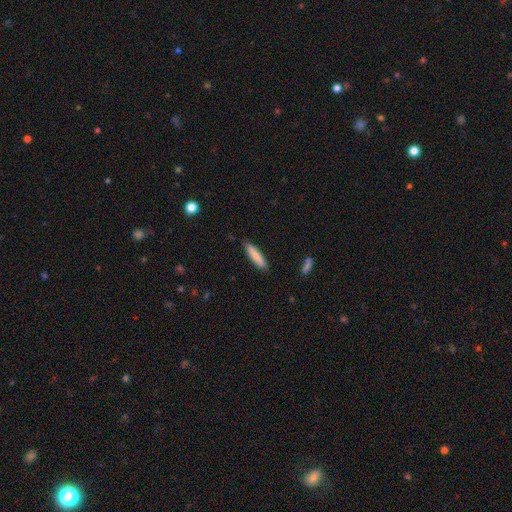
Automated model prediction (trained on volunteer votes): smooth-or-featured: smooth: 77% | featured or disk: 17% | star or artifact: 6%
  how-rounded: cigar-shaped: 77% | in between: 21% | round: 1%
  merging: none: 84% | minor disturbance: 13% | major disturbance: 2% | merger: 1%